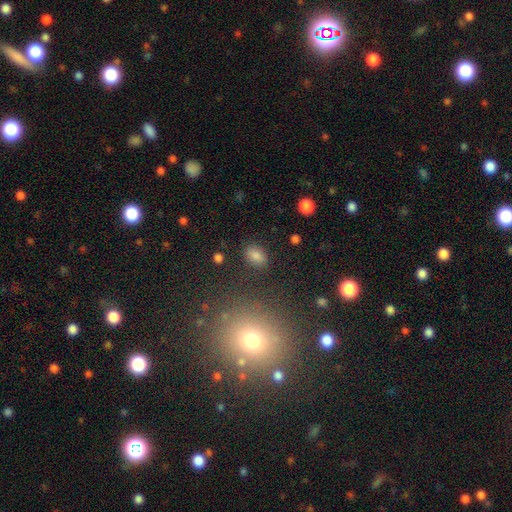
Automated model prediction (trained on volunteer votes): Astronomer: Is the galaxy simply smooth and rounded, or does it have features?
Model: smooth — 79%.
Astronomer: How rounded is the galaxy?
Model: in between — 78%.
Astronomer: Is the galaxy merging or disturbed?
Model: none — 85%.